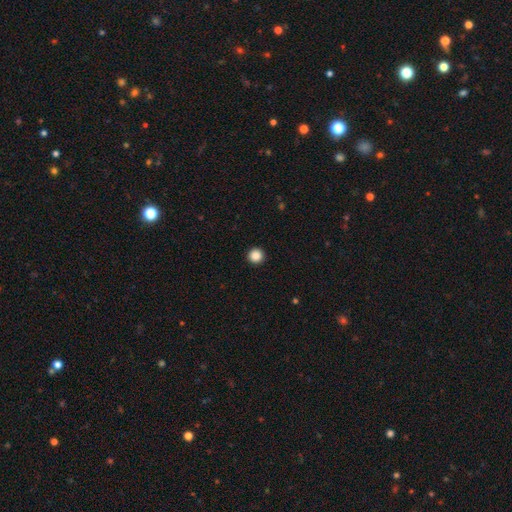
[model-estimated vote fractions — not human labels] Smooth or featured? smooth (87%)
How rounded? round (96%)
Merging? none (94%)